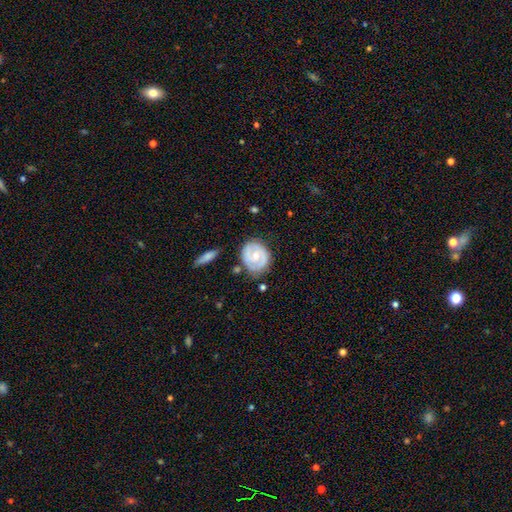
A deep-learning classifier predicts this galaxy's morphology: Smooth or featured? Predicted: featured or disk (p=0.68). Edge-on disk? Predicted: no (p=0.97). Bar? Predicted: no (p=0.59). Spiral arms? Predicted: yes (p=0.79). Spiral winding? Predicted: tight (p=0.57). Spiral arm count? Predicted: 2 (p=0.66). Bulge size? Predicted: moderate (p=0.53). Merging? Predicted: none (p=0.70).